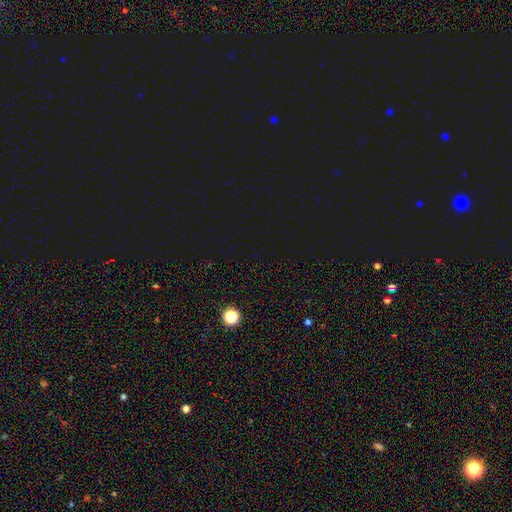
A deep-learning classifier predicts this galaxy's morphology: Overall: star or artifact (74%).